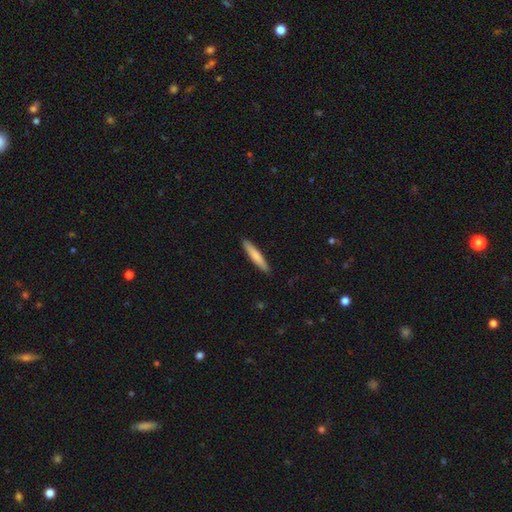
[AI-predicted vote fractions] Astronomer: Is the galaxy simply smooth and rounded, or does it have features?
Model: smooth — 78%.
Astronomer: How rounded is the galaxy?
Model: cigar-shaped — 90%.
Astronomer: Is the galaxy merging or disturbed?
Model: none — 91%.